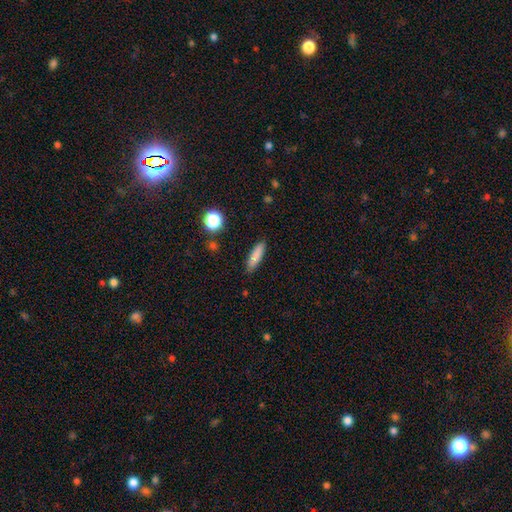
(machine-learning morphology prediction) smooth-or-featured: smooth: 83% | featured or disk: 9% | star or artifact: 8%
  how-rounded: cigar-shaped: 71% | in between: 27% | round: 2%
  merging: none: 88% | minor disturbance: 9% | major disturbance: 2% | merger: 1%